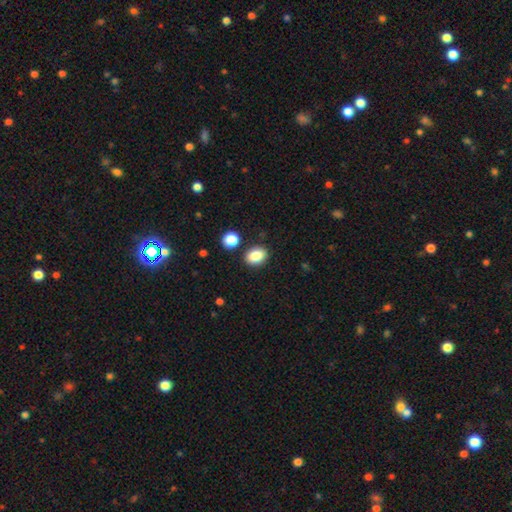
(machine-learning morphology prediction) The model was most divided on "how rounded": in between: 64%, round: 35%, cigar-shaped: 1%. More confident: smooth or featured — smooth (86%); merging — none (85%).